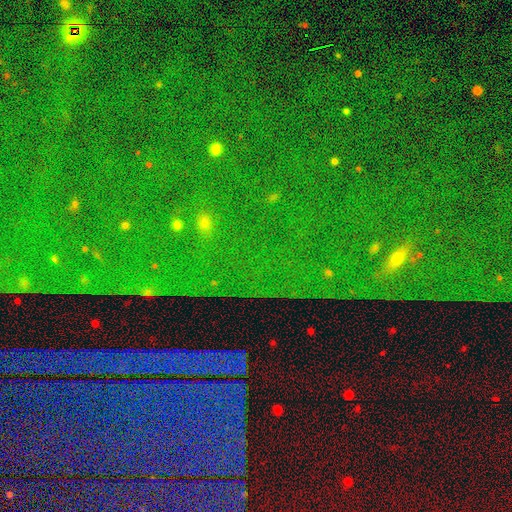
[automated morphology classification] Smooth or featured? star or artifact (87%)